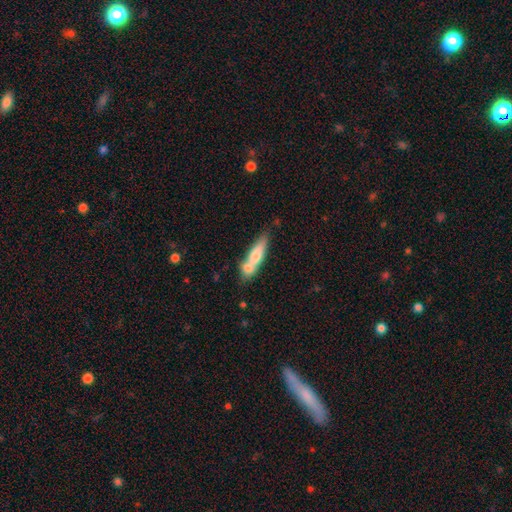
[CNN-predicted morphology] This is likely a smooth galaxy (66%). How rounded: likely cigar-shaped (69%). Merging: marginally merger (41%).